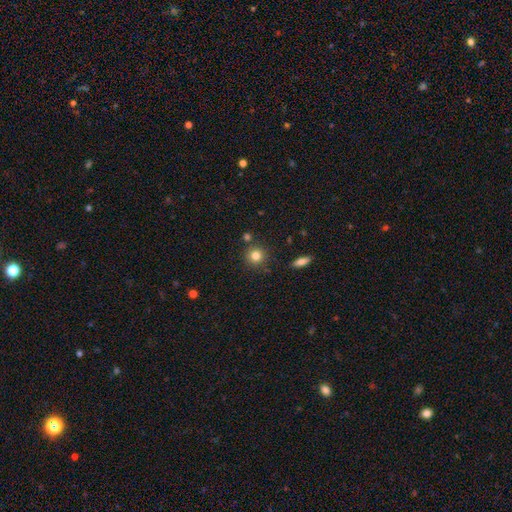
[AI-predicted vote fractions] smooth_or_featured: smooth (p=0.81) [alt: star or artifact p=0.12]
how_rounded: round (p=0.92) [alt: in between p=0.07]
merging: none (p=0.83) [alt: minor disturbance p=0.08]